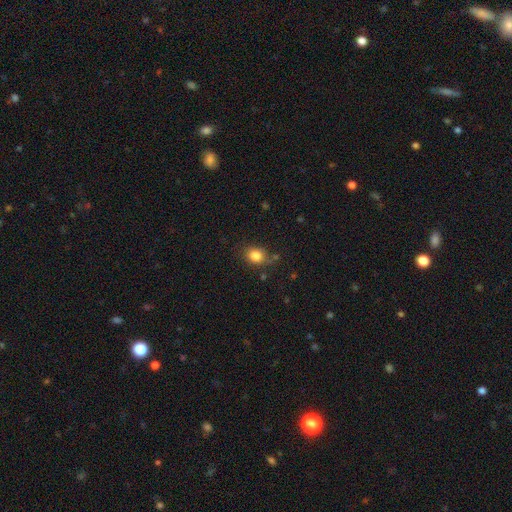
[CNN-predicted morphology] Smooth or featured: smooth — 83% (star or artifact — 11%)
How rounded: round — 55% (in between — 44%)
Merging: none — 75% (minor disturbance — 15%)